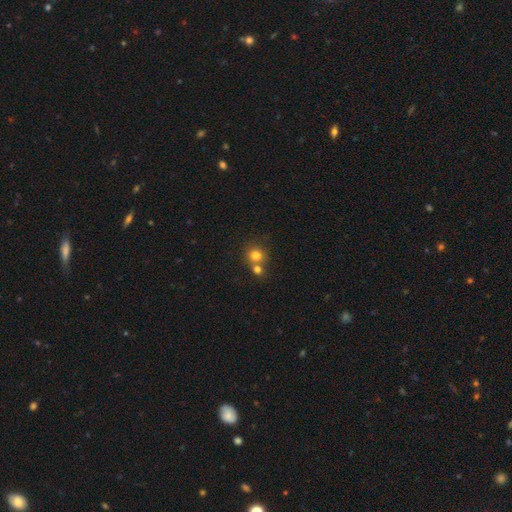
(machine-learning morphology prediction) Smooth or featured: smooth — 78% (star or artifact — 13%)
How rounded: round — 87% (in between — 12%)
Merging: none — 50% (merger — 40%)